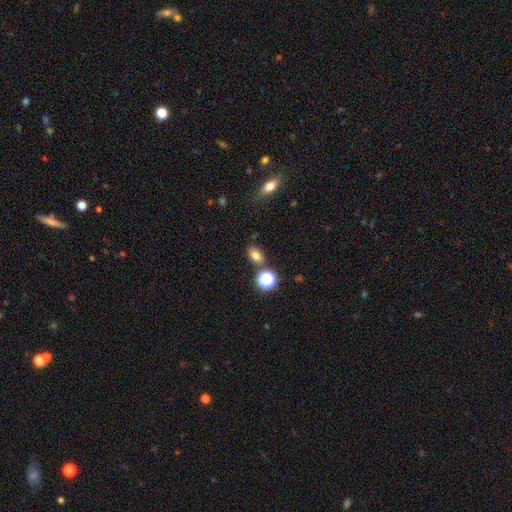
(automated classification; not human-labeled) Morphology: type=smooth (76%); roundness=in between (76%); merging=none (77%).